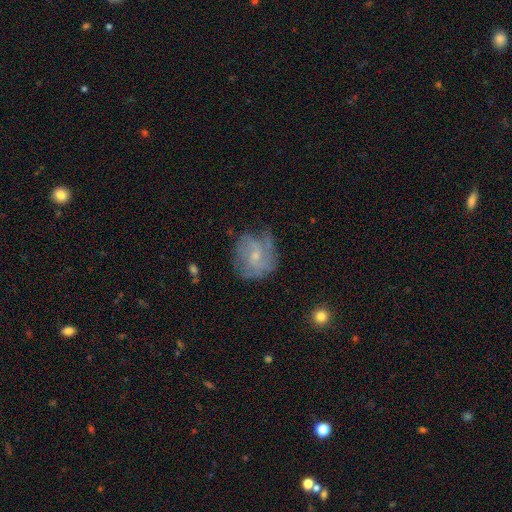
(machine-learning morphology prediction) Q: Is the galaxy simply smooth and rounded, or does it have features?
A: featured or disk — 62%.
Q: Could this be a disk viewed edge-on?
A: no — 97%.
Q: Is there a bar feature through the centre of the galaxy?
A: no — 60%.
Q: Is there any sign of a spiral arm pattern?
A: yes — 78%.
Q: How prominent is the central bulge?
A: small — 64%.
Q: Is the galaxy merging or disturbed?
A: none — 57%.